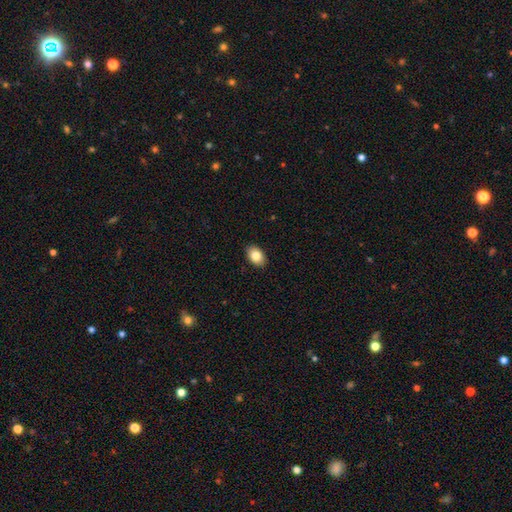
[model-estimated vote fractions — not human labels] A smooth galaxy with no disk features (84%) that is in between round and cigar-shaped (86%).

Vote fractions:
- Smooth or featured? smooth: 84% / featured or disk: 8% / star or artifact: 8%
- How rounded? in between: 86% / round: 13% / cigar-shaped: 1%
- Merging? none: 90% / minor disturbance: 7% / major disturbance: 2% / merger: 1%